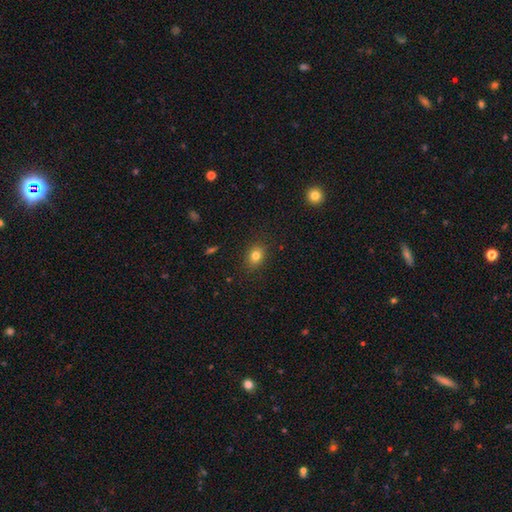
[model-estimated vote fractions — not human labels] Morphology: type=smooth (81%); roundness=in between (53%); merging=none (87%).